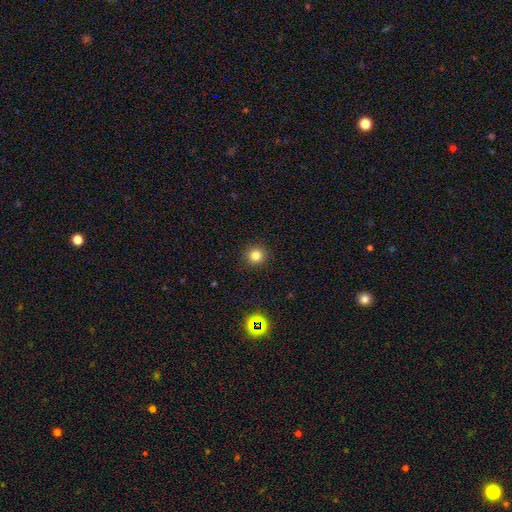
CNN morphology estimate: Smooth or featured? Predicted: smooth (p=0.79). How rounded? Predicted: round (p=0.94). Merging? Predicted: none (p=0.91).